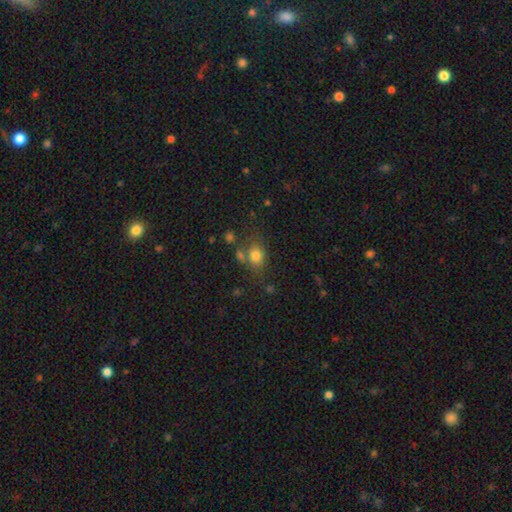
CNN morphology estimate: Smooth or featured? Predicted: smooth (p=0.77). How rounded? Predicted: round (p=0.56). Merging? Predicted: none (p=0.61).